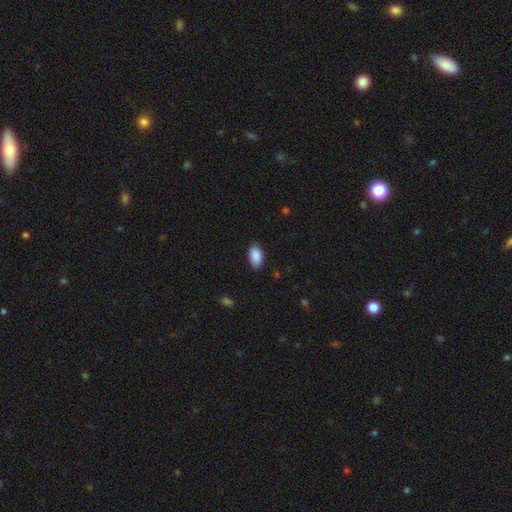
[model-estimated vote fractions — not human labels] Smooth or featured? smooth (90%)
How rounded? in between (94%)
Merging? none (86%)